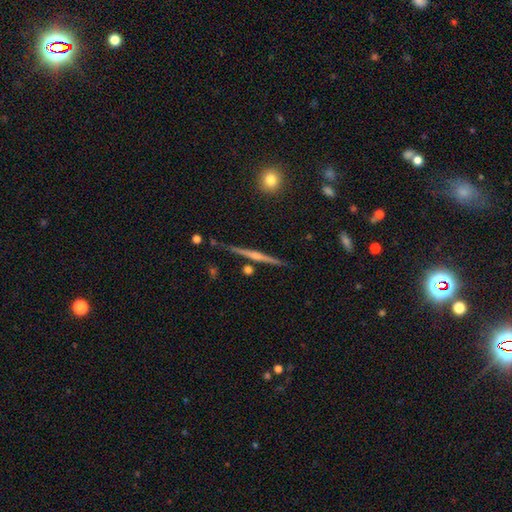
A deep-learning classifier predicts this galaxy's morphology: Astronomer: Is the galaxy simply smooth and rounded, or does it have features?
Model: featured or disk — 75%.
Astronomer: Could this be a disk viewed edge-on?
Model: yes — 98%.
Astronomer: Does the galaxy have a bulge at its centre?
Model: rounded — 60%.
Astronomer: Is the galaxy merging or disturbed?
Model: none — 85%.